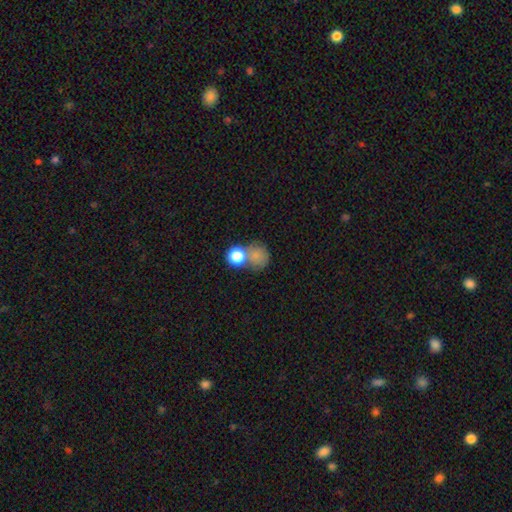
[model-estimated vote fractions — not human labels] Smooth or featured? Predicted: smooth (p=0.77). How rounded? Predicted: round (p=0.79). Merging? Predicted: none (p=0.43).